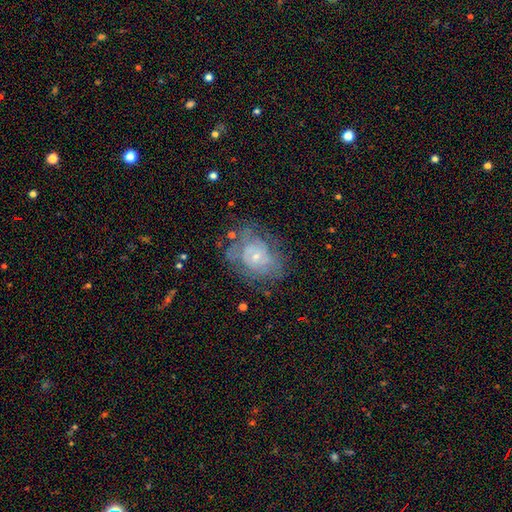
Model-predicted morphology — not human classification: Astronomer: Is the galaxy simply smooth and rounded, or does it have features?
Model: featured or disk — 65%.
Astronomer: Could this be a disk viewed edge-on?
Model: no — 97%.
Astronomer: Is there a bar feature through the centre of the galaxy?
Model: no — 77%.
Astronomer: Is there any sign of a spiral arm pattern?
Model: yes — 64%.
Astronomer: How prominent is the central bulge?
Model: small — 71%.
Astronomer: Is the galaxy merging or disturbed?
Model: none — 55%.